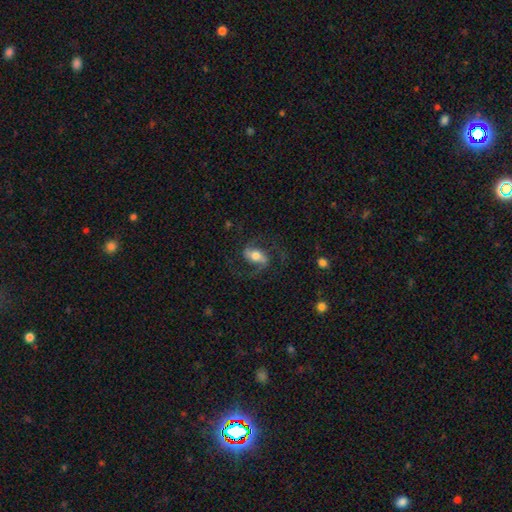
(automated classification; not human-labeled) A featured or disk galaxy (68%) with a strong bar (45%), 2 (89%) medium (48%) spiral arms (91%) and a moderate central bulge (59%).

Vote fractions:
- Smooth or featured? featured or disk: 68% / smooth: 24% / star or artifact: 8%
- Edge-on disk? no: 94% / yes: 6%
- Bar? strong: 45% / weak: 34% / no: 21%
- Spiral arms? yes: 91% / no: 9%
- Spiral winding? medium: 48% / loose: 40% / tight: 12%
- Spiral arm count? 2: 89% / 1: 4% / can't tell: 3% / 3: 1% / 4: 1% / more than 4: 1%
- Bulge size? moderate: 59% / large: 21% / small: 15% / dominant: 3% / none: 2%
- Merging? none: 69% / major disturbance: 15% / minor disturbance: 15% / merger: 1%